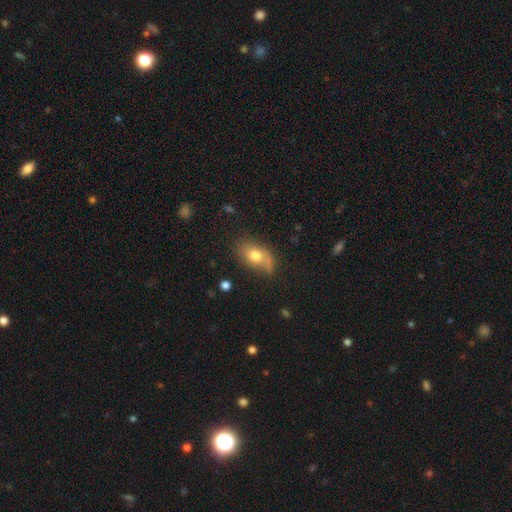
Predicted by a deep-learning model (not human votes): This appears to be a smooth galaxy with no disk features (69%) that is in between round and cigar-shaped (83%). Merging: none (56%).